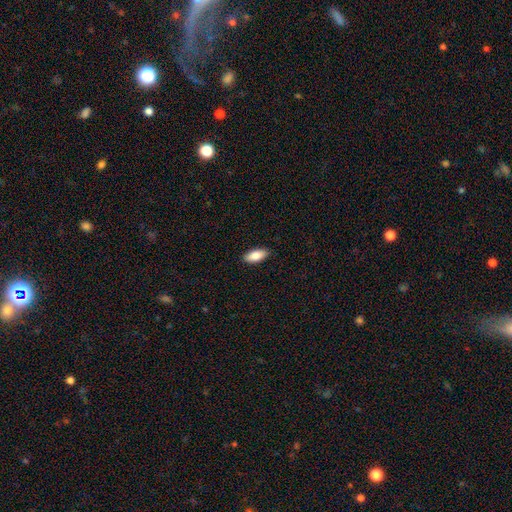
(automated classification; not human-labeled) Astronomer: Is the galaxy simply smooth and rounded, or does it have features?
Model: smooth — 85%.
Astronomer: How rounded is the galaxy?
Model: in between — 85%.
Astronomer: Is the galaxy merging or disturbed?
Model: none — 90%.